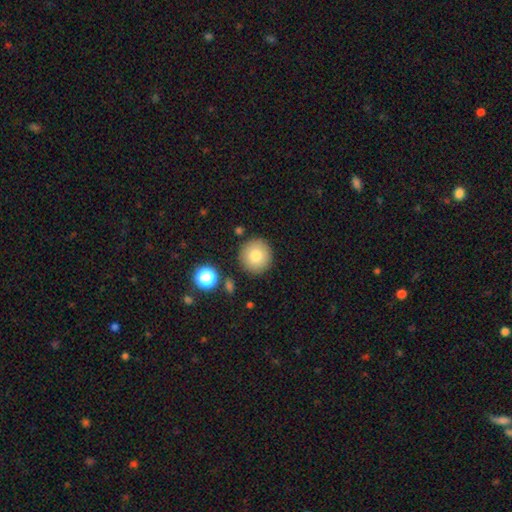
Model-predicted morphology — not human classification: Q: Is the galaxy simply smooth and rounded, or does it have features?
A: smooth — 81%.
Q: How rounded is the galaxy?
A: round — 95%.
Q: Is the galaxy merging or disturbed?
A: none — 87%.